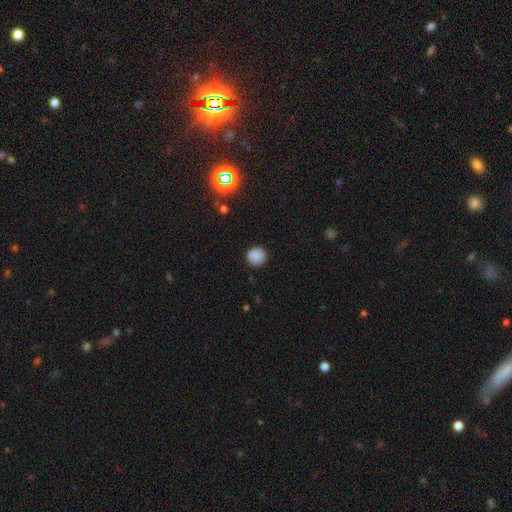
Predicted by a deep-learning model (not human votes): This is clearly a smooth galaxy (85%). How rounded: clearly round (92%). Merging: clearly none (88%).